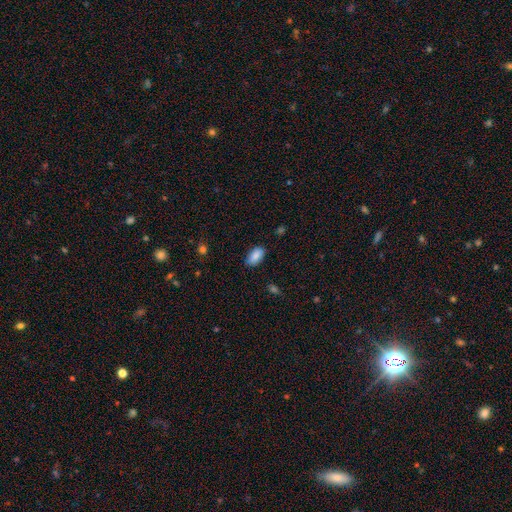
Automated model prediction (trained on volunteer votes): Smooth or featured: smooth — 88% (star or artifact — 7%)
How rounded: in between — 94% (round — 4%)
Merging: none — 84% (minor disturbance — 13%)